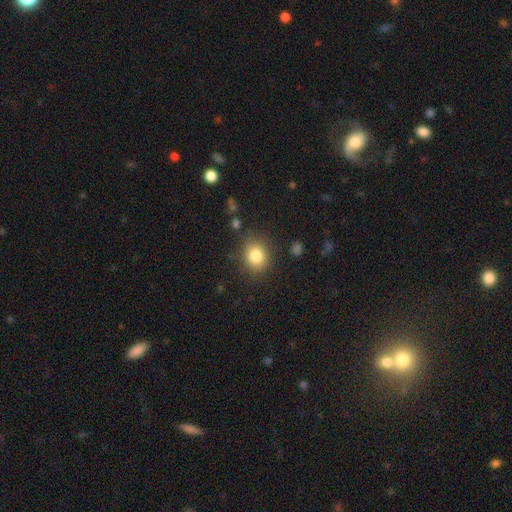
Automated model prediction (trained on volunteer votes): A smooth galaxy with no disk features (82%) that is round (69%).

Vote fractions:
- Smooth or featured? smooth: 82% / star or artifact: 11% / featured or disk: 7%
- How rounded? round: 69% / in between: 30% / cigar-shaped: 1%
- Merging? none: 83% / minor disturbance: 11% / major disturbance: 4% / merger: 2%